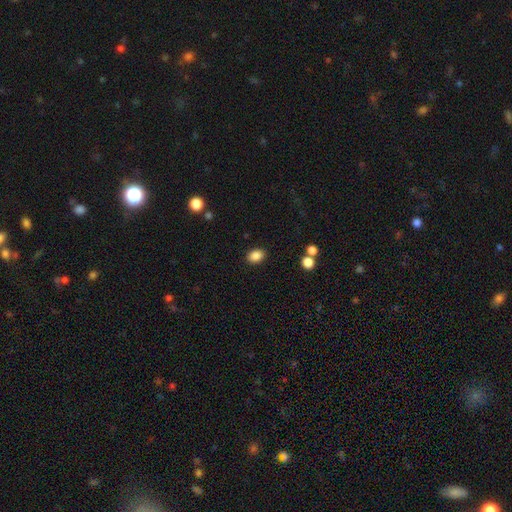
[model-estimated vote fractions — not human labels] This appears to be a smooth galaxy with no disk features (87%) that is in between round and cigar-shaped (75%). Merging: none (88%).